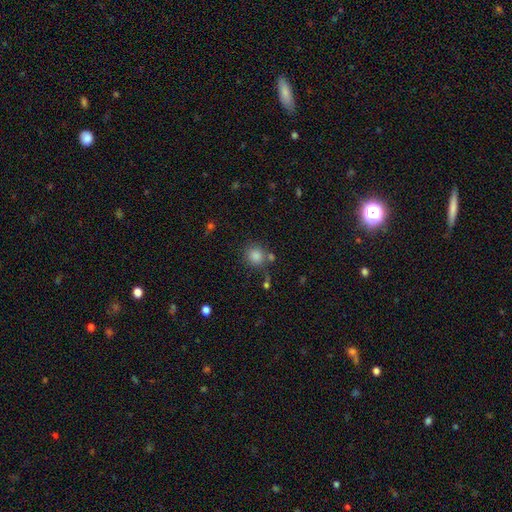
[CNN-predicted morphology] type=smooth (82%); roundness=round (87%); merging=none (74%).